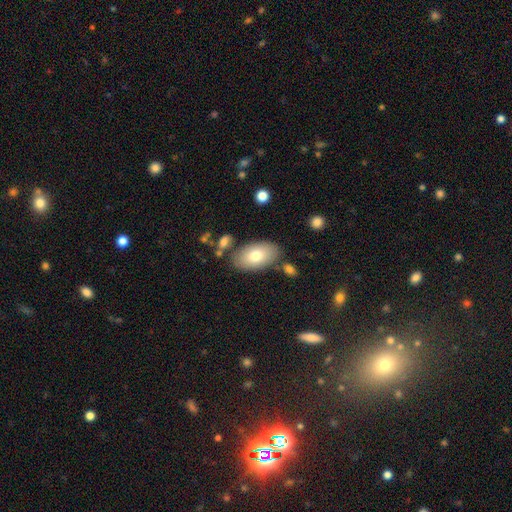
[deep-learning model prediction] smooth-or-featured: smooth: 75% | featured or disk: 18% | star or artifact: 7%
  how-rounded: in between: 94% | round: 4% | cigar-shaped: 2%
  merging: none: 78% | minor disturbance: 13% | merger: 6% | major disturbance: 3%